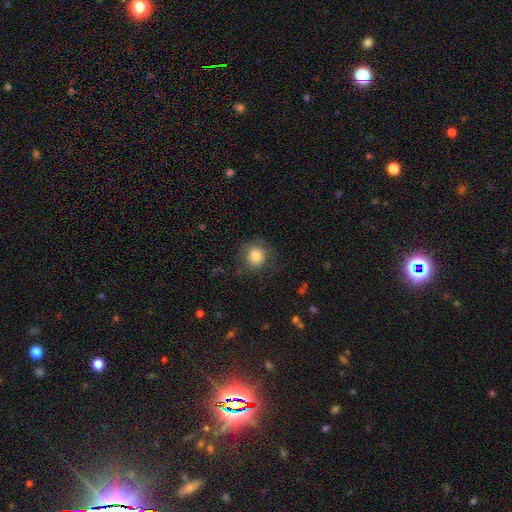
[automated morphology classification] smooth_or_featured: smooth (p=0.79) [alt: featured or disk p=0.11]
how_rounded: round (p=0.86) [alt: in between p=0.13]
merging: none (p=0.69) [alt: minor disturbance p=0.19]